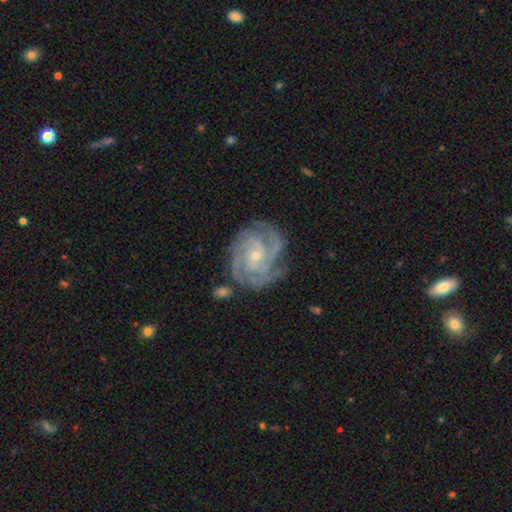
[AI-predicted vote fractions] smooth-or-featured: featured or disk: 91% | star or artifact: 5% | smooth: 4%
  disk-edge-on: no: 98% | yes: 2%
    bar: no: 64% | weak: 27% | strong: 9%
    has-spiral-arms: yes: 98% | no: 2%
      spiral-winding: tight: 69% | medium: 28% | loose: 3%
      spiral-arm-count: 3: 41% | 4: 30% | 2: 10% | can't tell: 9% | more than 4: 5% | 1: 5%
    bulge-size: small: 74% | moderate: 23% | none: 1% | large: 1% | dominant: 1%
  merging: none: 75% | minor disturbance: 17% | major disturbance: 5% | merger: 2%